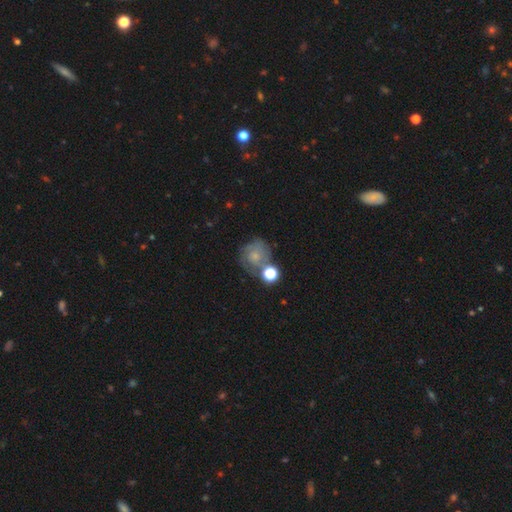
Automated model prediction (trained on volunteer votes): The model was most divided on "smooth or featured" (2-way tie): smooth: 44%, featured or disk: 44%, star or artifact: 12%. Remaining: merging — none (48%).